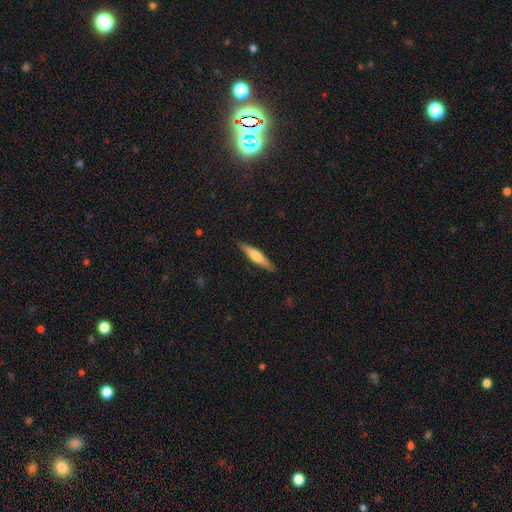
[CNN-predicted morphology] type=smooth (48%); merging=none (89%).